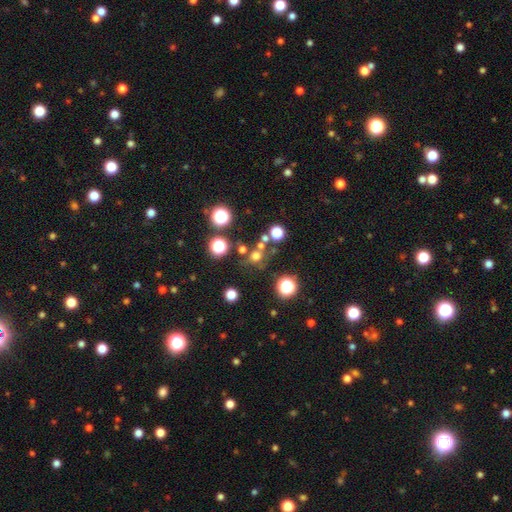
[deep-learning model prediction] Smooth or featured: smooth — 57% (star or artifact — 31%)
How rounded: round — 83% (in between — 15%)
Merging: none — 61% (merger — 20%)